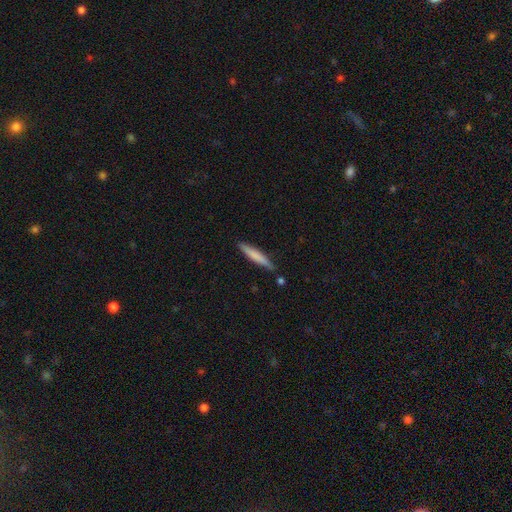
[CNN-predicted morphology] A smooth galaxy with no disk features (72%) that is cigar-shaped (93%).

Vote fractions:
- Smooth or featured? smooth: 72% / featured or disk: 23% / star or artifact: 5%
- How rounded? cigar-shaped: 93% / in between: 6% / round: 1%
- Merging? none: 83% / minor disturbance: 12% / merger: 3% / major disturbance: 2%